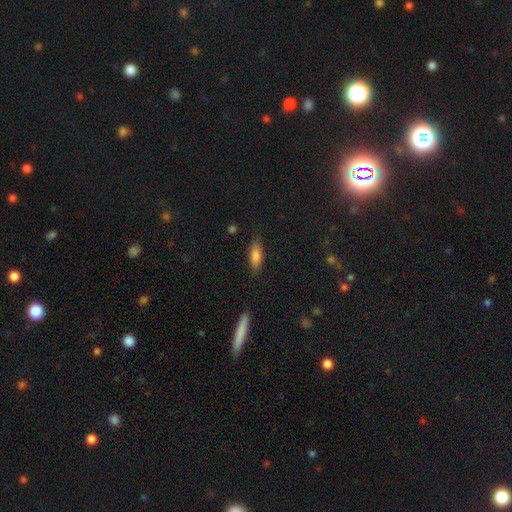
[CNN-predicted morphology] Smooth or featured? smooth (81%)
How rounded? in between (67%)
Merging? none (81%)